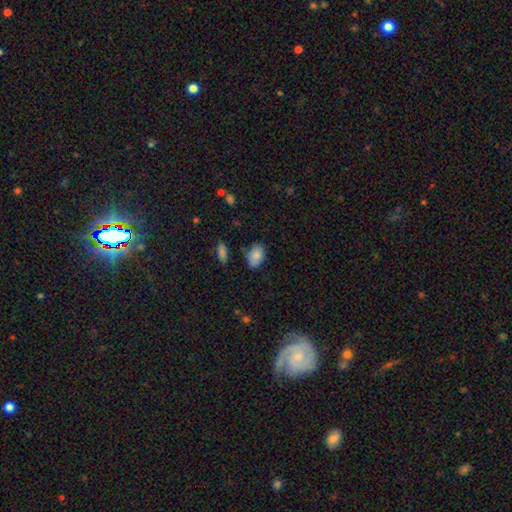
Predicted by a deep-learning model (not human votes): A smooth galaxy with no disk features (84%) that is in between round and cigar-shaped (86%). Merging: none (70%).